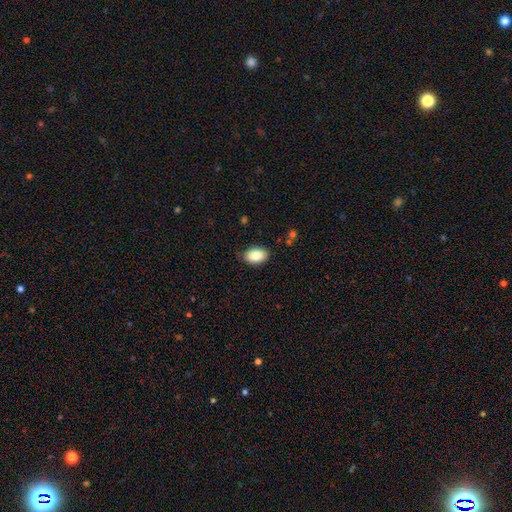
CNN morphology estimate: type=smooth (86%); roundness=in between (91%); merging=none (85%).